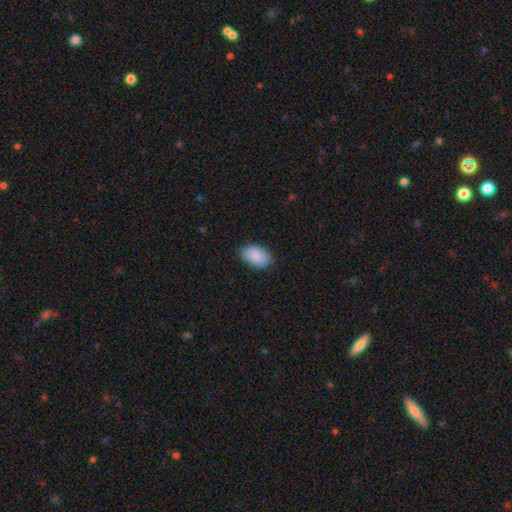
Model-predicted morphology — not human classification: type=smooth (89%); roundness=in between (89%); merging=none (83%).